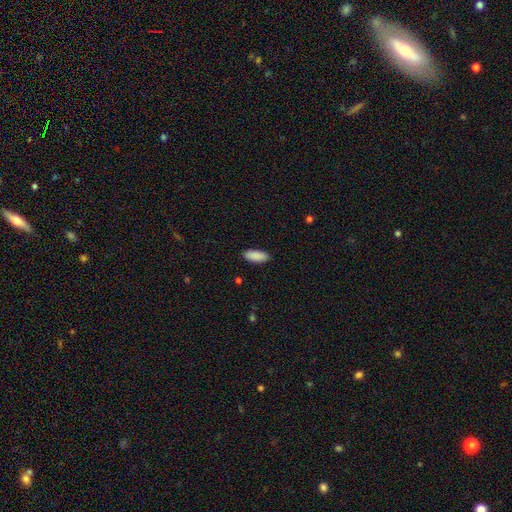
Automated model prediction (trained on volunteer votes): Q: Smooth or featured?
A: smooth (91%); runner-up: star or artifact (6%)
Q: How rounded?
A: in between (78%); runner-up: cigar-shaped (20%)
Q: Merging?
A: none (90%); runner-up: minor disturbance (8%)